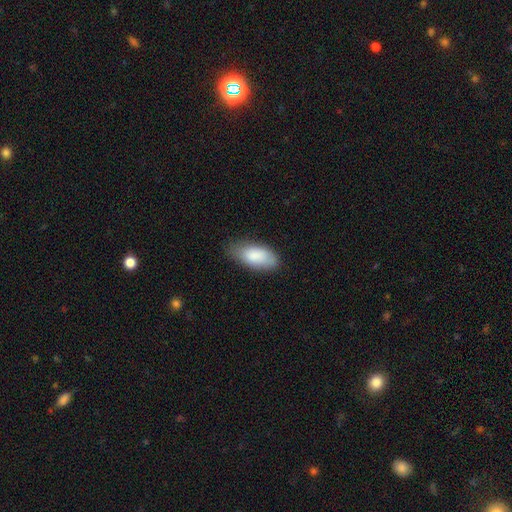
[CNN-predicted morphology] type=smooth (85%); roundness=in between (90%); merging=none (68%).